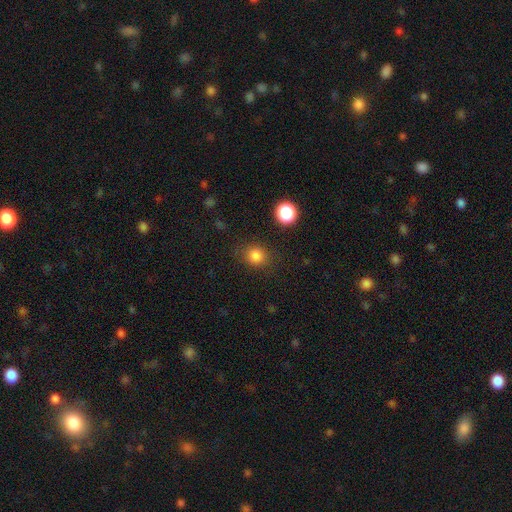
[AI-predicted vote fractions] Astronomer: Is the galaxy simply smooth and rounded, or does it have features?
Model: smooth — 83%.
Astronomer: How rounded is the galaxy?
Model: round — 81%.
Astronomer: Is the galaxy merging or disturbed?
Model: none — 83%.